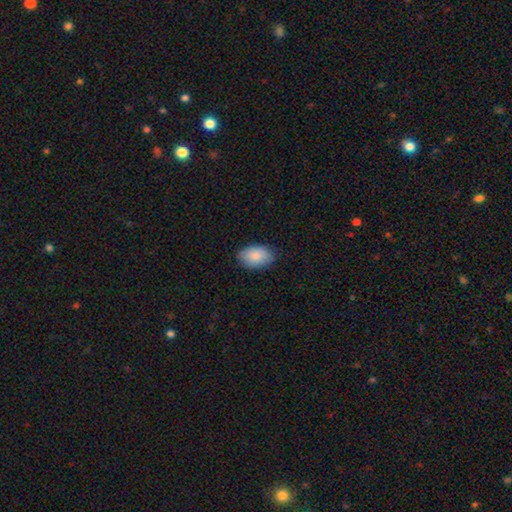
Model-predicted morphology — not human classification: This appears to be a smooth galaxy with no disk features (85%) that is in between round and cigar-shaped (90%). Merging: none (83%).